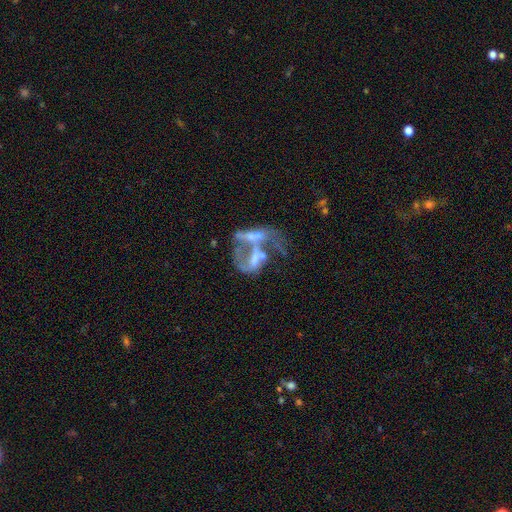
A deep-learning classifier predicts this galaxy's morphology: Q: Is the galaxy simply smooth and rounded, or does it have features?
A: featured or disk — 68%.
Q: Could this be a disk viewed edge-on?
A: no — 97%.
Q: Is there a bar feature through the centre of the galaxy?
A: no — 68%.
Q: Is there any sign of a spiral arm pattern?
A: no — 69%.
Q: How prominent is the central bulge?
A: none — 48%.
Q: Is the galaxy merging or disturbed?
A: merger — 44%.